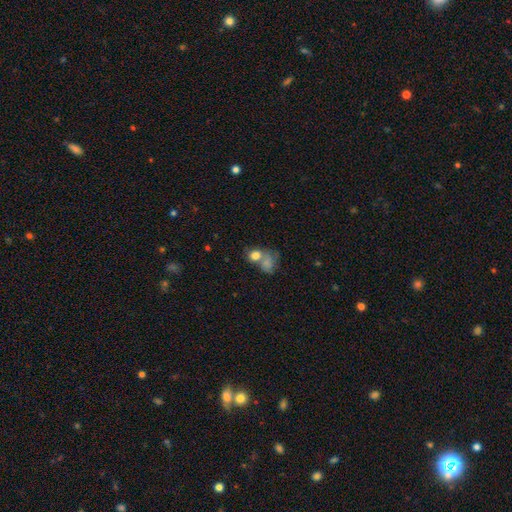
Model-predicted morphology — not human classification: Smooth or featured: smooth — 76% (featured or disk — 14%)
How rounded: round — 53% (in between — 46%)
Merging: merger — 56% (none — 26%)